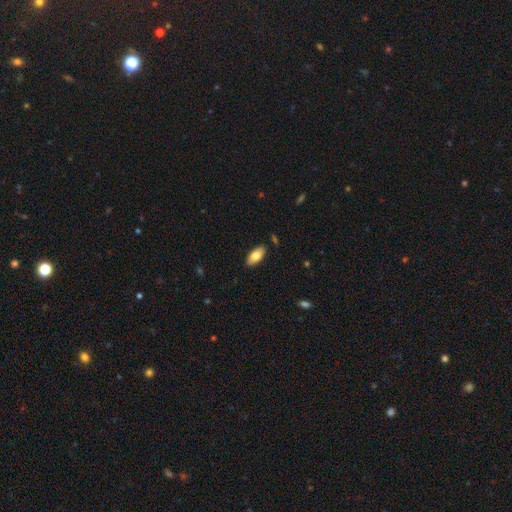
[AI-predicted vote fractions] Morphology: type=smooth (80%); roundness=in between (90%); merging=none (87%).